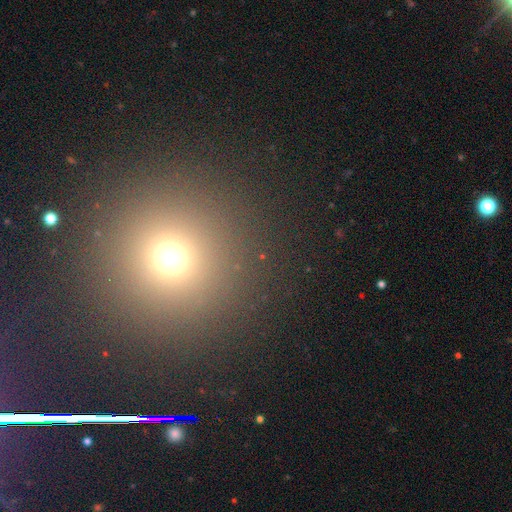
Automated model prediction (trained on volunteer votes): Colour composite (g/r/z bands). It shows a smooth galaxy with no disk features (53%) that is round (94%). Merging: none (90%).